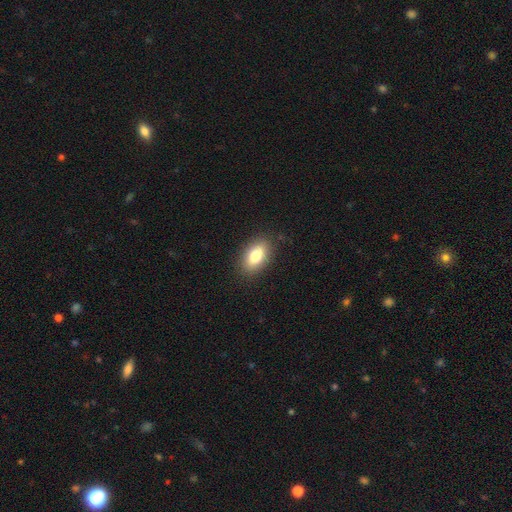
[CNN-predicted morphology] Smooth or featured? Predicted: smooth (p=0.81). How rounded? Predicted: in between (p=0.89). Merging? Predicted: none (p=0.87).